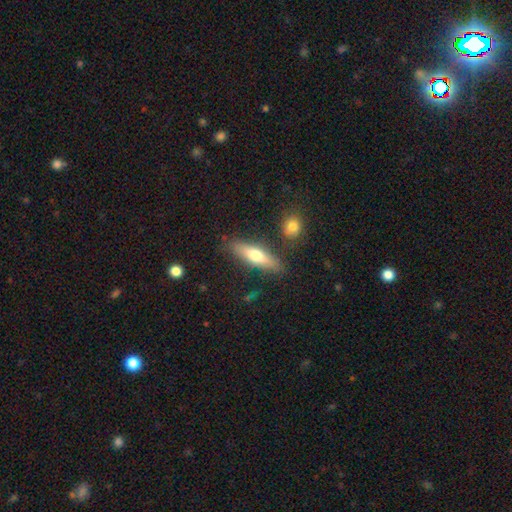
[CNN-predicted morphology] type=smooth (57%); roundness=cigar-shaped (64%); merging=none (81%).